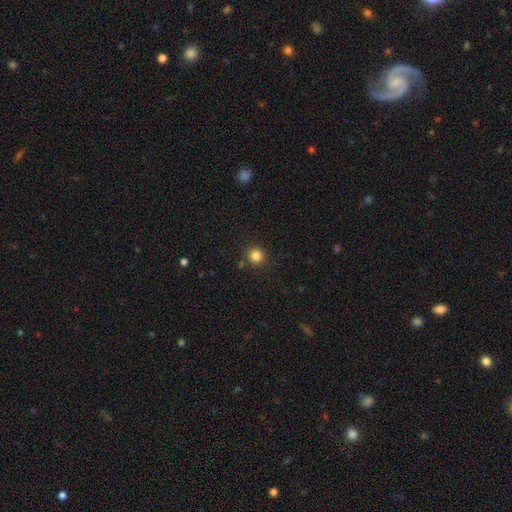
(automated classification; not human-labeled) This appears to be a smooth galaxy with no disk features (84%) that is round (90%). Merging: none (86%).